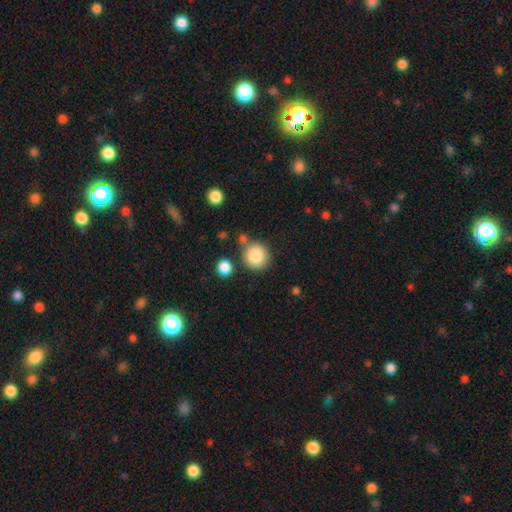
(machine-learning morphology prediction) Smooth or featured?
  - smooth: 85% *
  - star or artifact: 9%
  - featured or disk: 7%
How rounded?
  - round: 91% *
  - in between: 8%
  - cigar-shaped: 1%
Merging?
  - none: 75% *
  - merger: 11%
  - minor disturbance: 11%
  - major disturbance: 3%